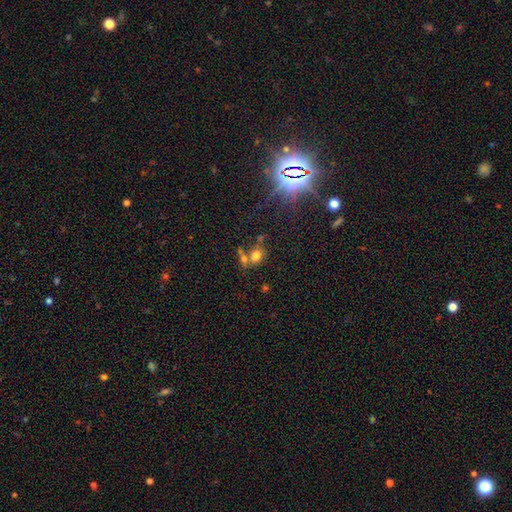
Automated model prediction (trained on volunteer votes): smooth-or-featured: smooth: 71% | star or artifact: 16% | featured or disk: 13%
  how-rounded: in between: 56% | round: 42% | cigar-shaped: 2%
  merging: none: 41% (tied) | merger: 41% (tied) | minor disturbance: 11% | major disturbance: 7%